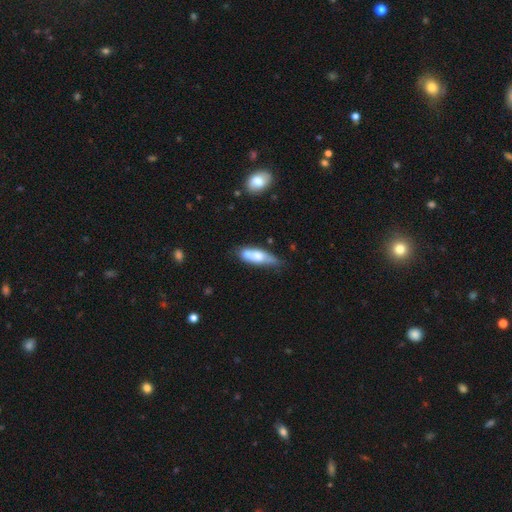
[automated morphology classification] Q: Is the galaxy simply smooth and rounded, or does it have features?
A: smooth — 62%.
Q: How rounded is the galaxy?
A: in between — 53%.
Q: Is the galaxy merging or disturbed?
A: none — 42%.